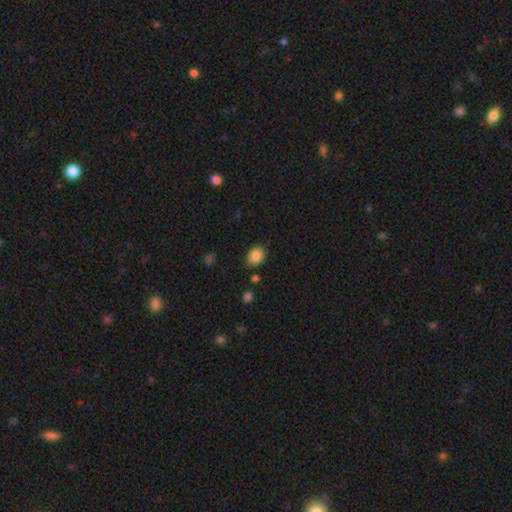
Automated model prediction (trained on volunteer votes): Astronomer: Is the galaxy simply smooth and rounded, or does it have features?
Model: smooth — 86%.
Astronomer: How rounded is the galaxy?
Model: in between — 62% (runner-up: round, 37%).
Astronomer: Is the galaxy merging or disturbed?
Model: none — 82%.